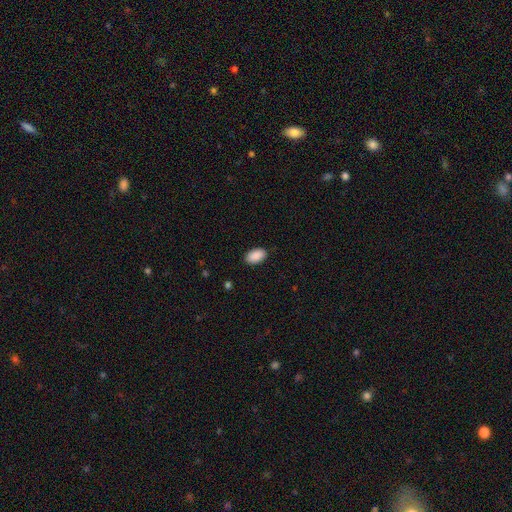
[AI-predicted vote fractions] This is clearly a smooth galaxy (91%). How rounded: clearly in between (94%). Merging: clearly none (89%).